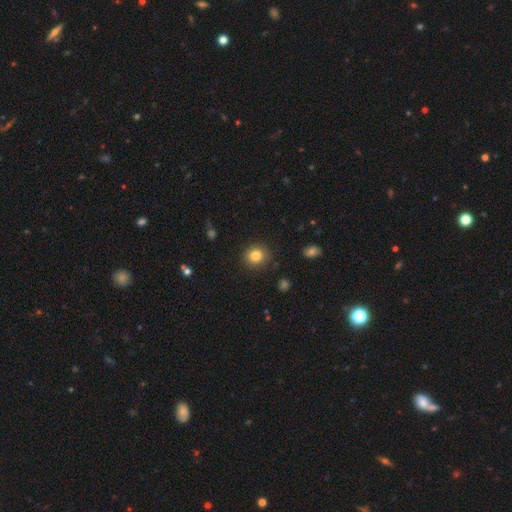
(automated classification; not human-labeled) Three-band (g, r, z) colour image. It shows a smooth galaxy with no disk features (83%) that is round (83%). Merging: none (89%).